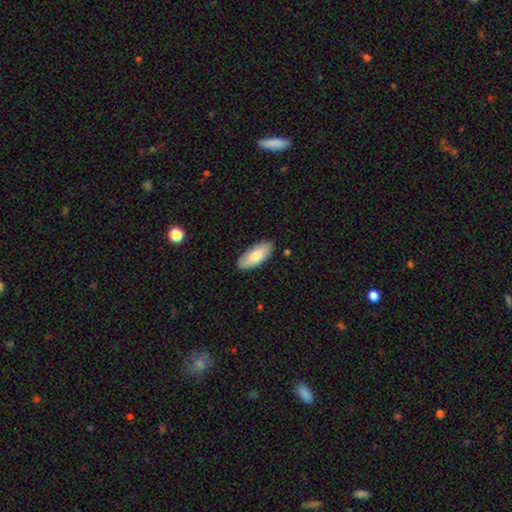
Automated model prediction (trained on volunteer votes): Overall: smooth (79%). How rounded: in between (86%). Merging: none (87%).